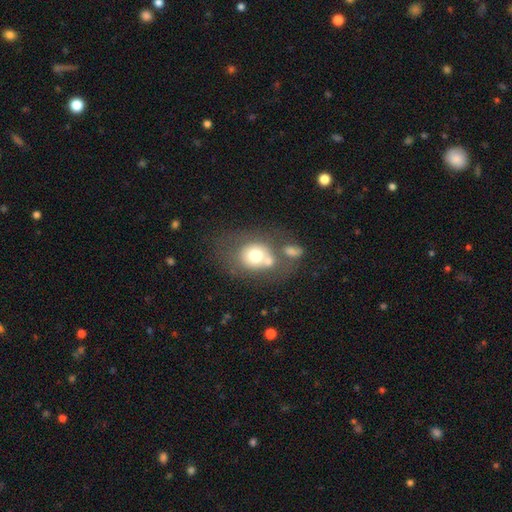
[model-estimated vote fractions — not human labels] smooth 65%, featured or disk 25%, star or artifact 10%. Down the decision tree: how rounded — round (59%); merging — merger (39%).